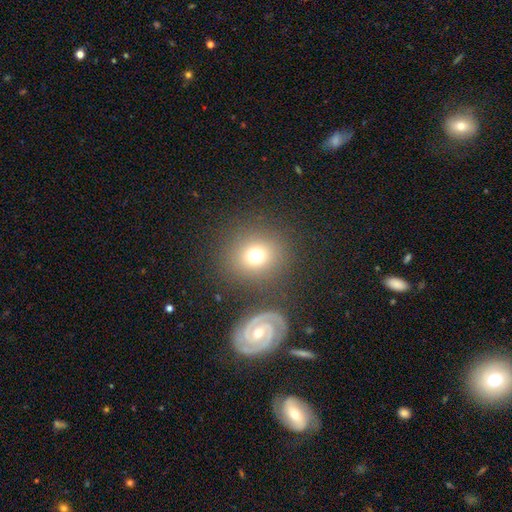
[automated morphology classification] This appears to be a smooth galaxy with no disk features (74%) that is round (84%). Merging: none (80%).